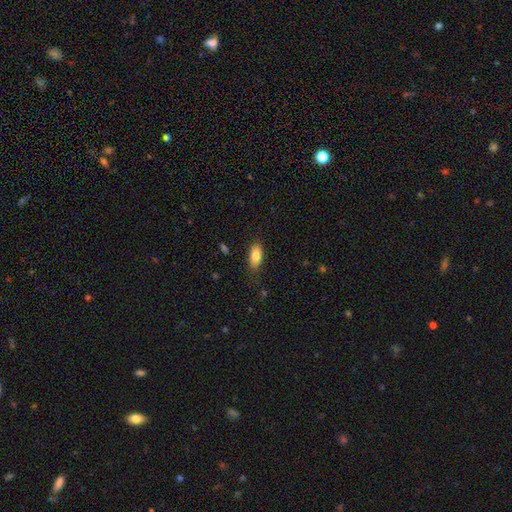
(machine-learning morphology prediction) Overall: smooth (83%). How rounded: in between (85%). Merging: none (81%).